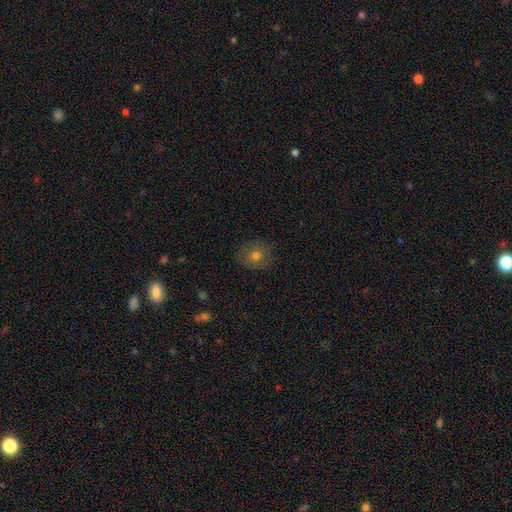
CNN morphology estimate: Smooth or featured?
  - smooth: 70% *
  - featured or disk: 17%
  - star or artifact: 13%
How rounded?
  - round: 81% *
  - in between: 18%
  - cigar-shaped: 1%
Merging?
  - none: 83% *
  - minor disturbance: 13%
  - major disturbance: 4%
  - merger: 1%